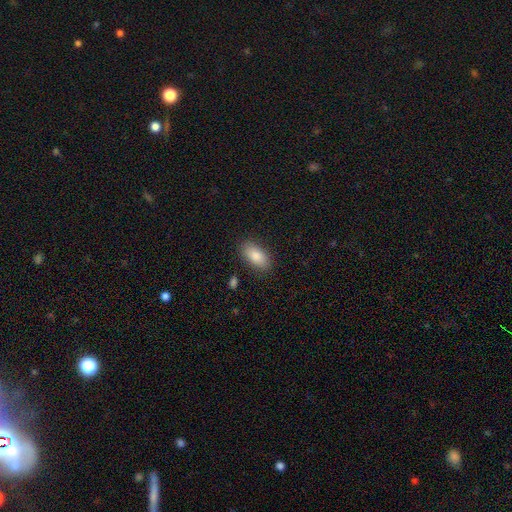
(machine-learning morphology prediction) A smooth galaxy with no disk features (86%) that is in between round and cigar-shaped (91%).

Vote fractions:
- Smooth or featured? smooth: 86% / featured or disk: 7% / star or artifact: 7%
- How rounded? in between: 91% / cigar-shaped: 6% / round: 3%
- Merging? none: 87% / minor disturbance: 9% / major disturbance: 3% / merger: 1%